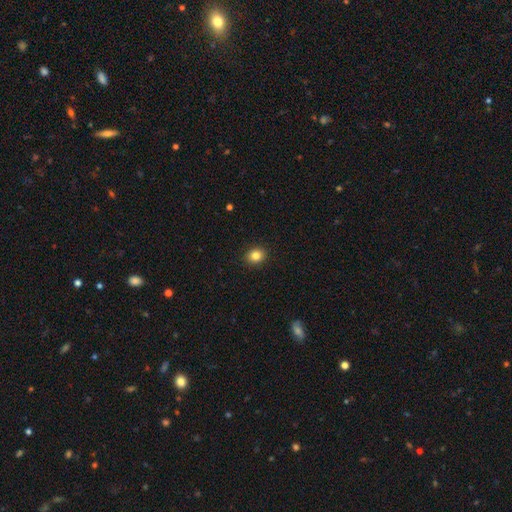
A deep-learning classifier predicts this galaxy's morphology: The model was most divided on "how rounded": round: 63%, in between: 36%, cigar-shaped: 1%. More confident: merging — none (92%); smooth or featured — smooth (84%).